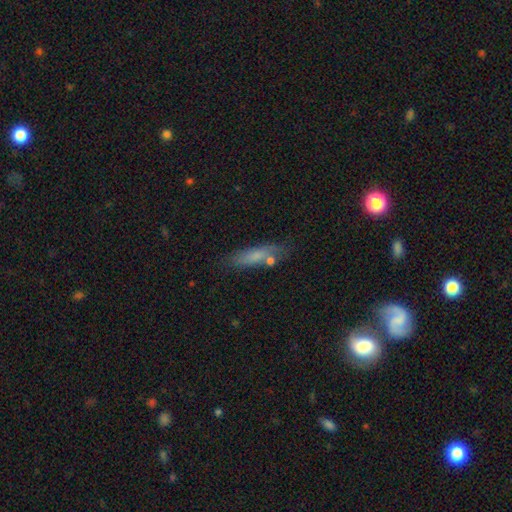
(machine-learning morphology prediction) A smooth galaxy with no disk features (71%) that is cigar-shaped (69%). Merging: none (72%).